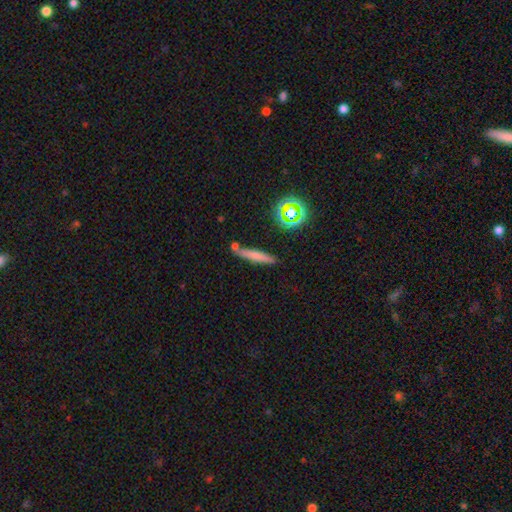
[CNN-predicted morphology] Overall: smooth (63%; featured or disk 24%). How rounded: cigar-shaped (89%). Merging: none (74%).